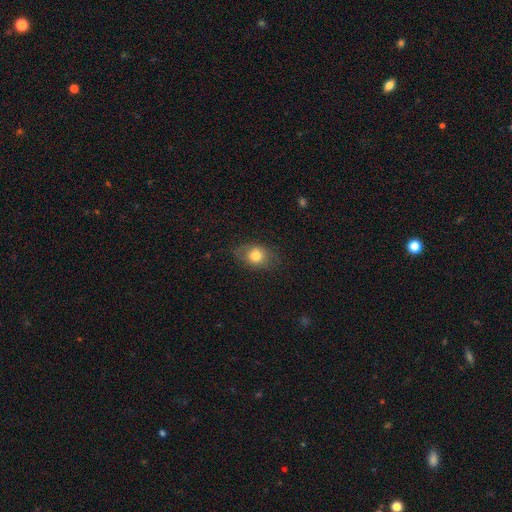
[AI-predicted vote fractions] This appears to be a smooth galaxy with no disk features (73%) that is in between round and cigar-shaped (66%). Merging: none (74%).